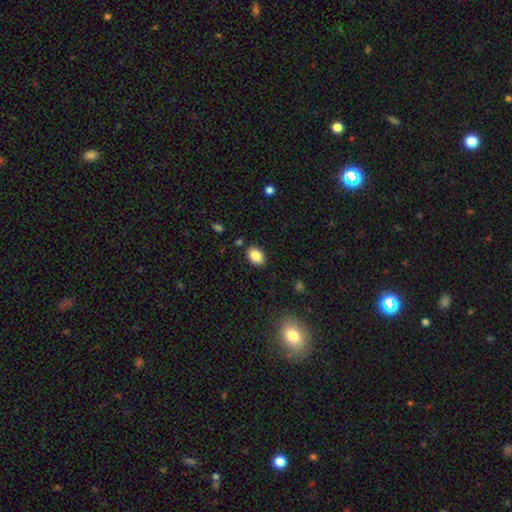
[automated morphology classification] Smooth or featured? smooth (86%)
How rounded? in between (80%)
Merging? none (86%)